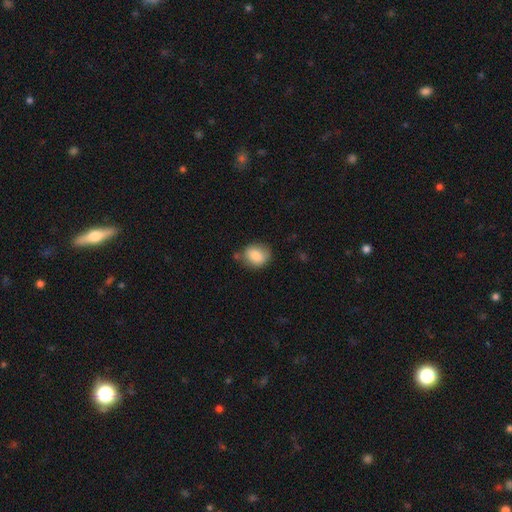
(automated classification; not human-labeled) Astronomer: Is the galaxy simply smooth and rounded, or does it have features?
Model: smooth — 82%.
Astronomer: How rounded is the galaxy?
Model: round — 56% (runner-up: in between, 43%).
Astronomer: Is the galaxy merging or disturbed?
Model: none — 67%.